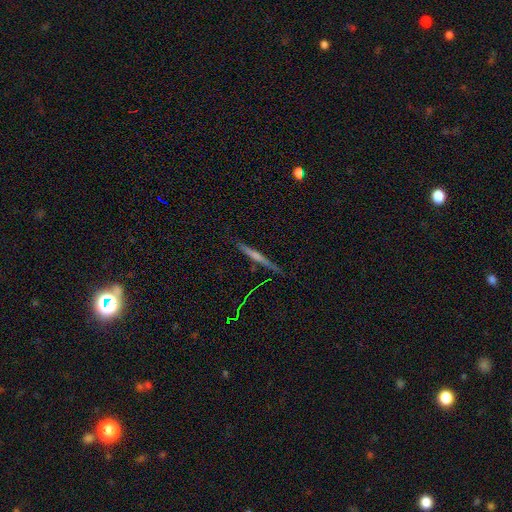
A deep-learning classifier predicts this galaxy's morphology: This is possibly a featured or disk galaxy (59%). It is clearly viewed edge-on (98%). Edge-on bulge: possibly none (53%). Merging: clearly none (88%).